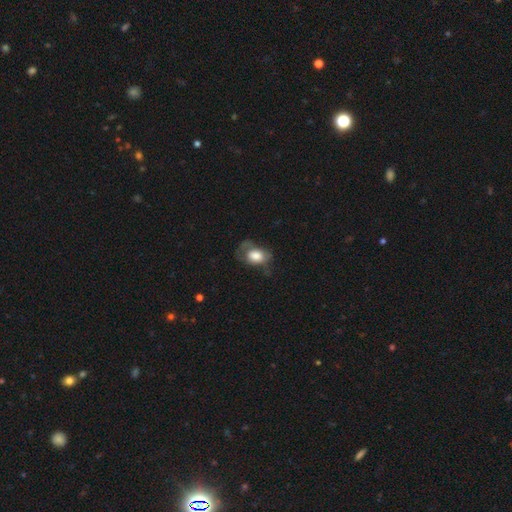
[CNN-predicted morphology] Smooth or featured: smooth — 66% (featured or disk — 26%)
How rounded: in between — 76% (round — 23%)
Merging: major disturbance — 35% (none — 34%)